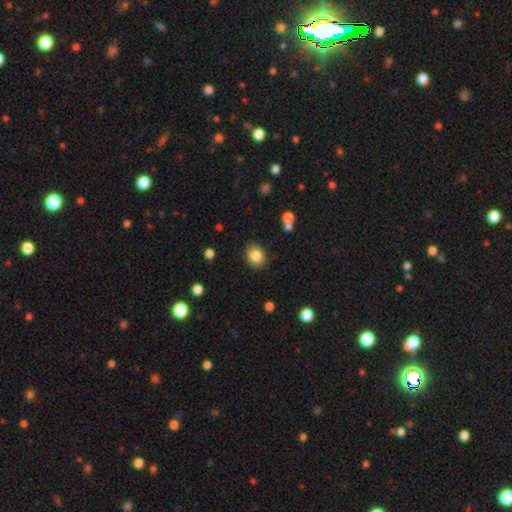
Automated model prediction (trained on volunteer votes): This appears to be a smooth galaxy with no disk features (84%) that is round (61%). Merging: none (86%).